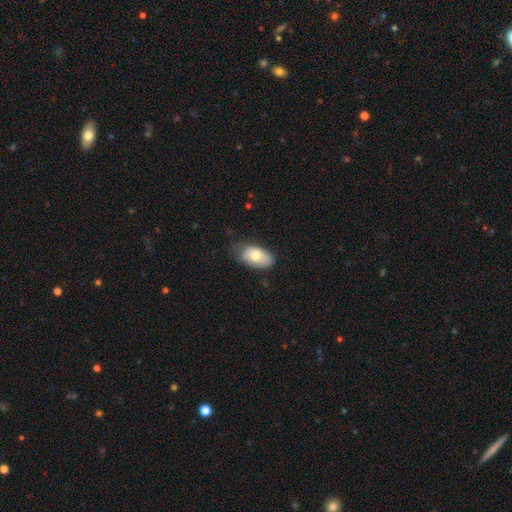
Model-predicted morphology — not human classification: smooth-or-featured: smooth: 71% | featured or disk: 22% | star or artifact: 7%
  how-rounded: in between: 93% | round: 5% | cigar-shaped: 2%
  merging: none: 57% | minor disturbance: 33% | major disturbance: 8% | merger: 1%